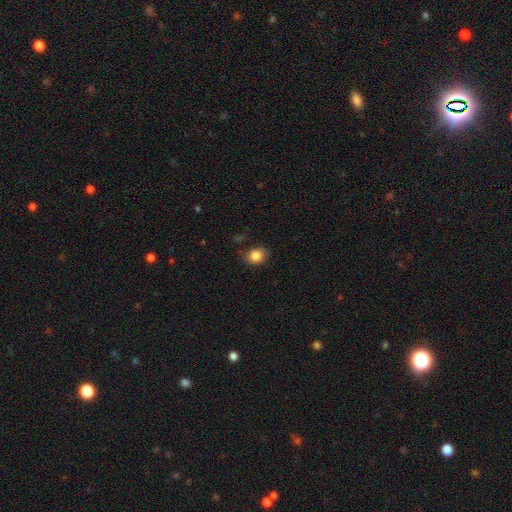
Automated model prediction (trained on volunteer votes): A smooth galaxy with no disk features (85%) that is in between round and cigar-shaped (51%).

Vote fractions:
- Smooth or featured? smooth: 85% / star or artifact: 9% / featured or disk: 6%
- How rounded? in between: 51% / round: 48% / cigar-shaped: 1%
- Merging? none: 80% / minor disturbance: 14% / major disturbance: 3% / merger: 2%